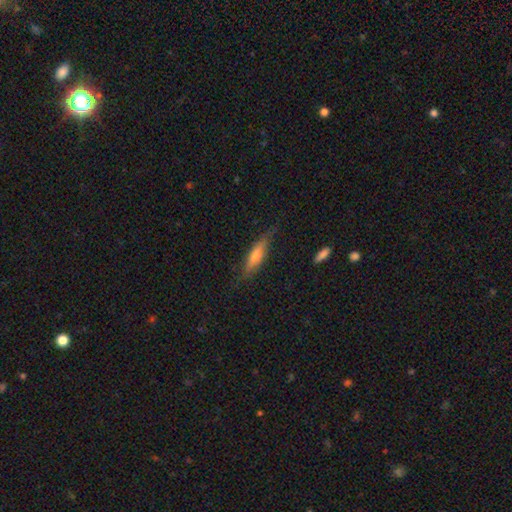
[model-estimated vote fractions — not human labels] Overall: smooth (55%; featured or disk 38%). How rounded: cigar-shaped (74%). Merging: none (74%).